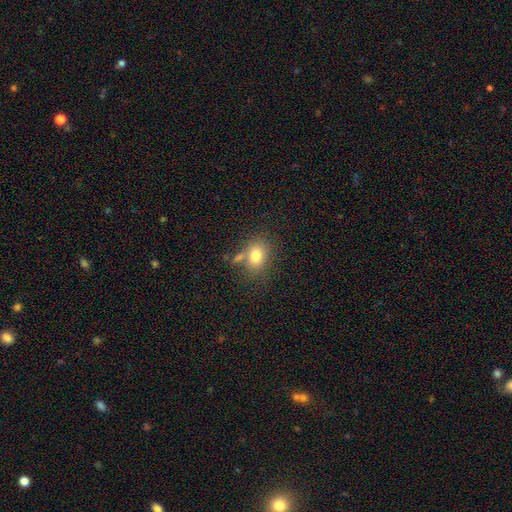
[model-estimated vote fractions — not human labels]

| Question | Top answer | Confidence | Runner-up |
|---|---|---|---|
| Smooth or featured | smooth | 79% | featured or disk (11%) |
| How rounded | in between | 63% | round (35%) |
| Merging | none | 62% | merger (17%) |